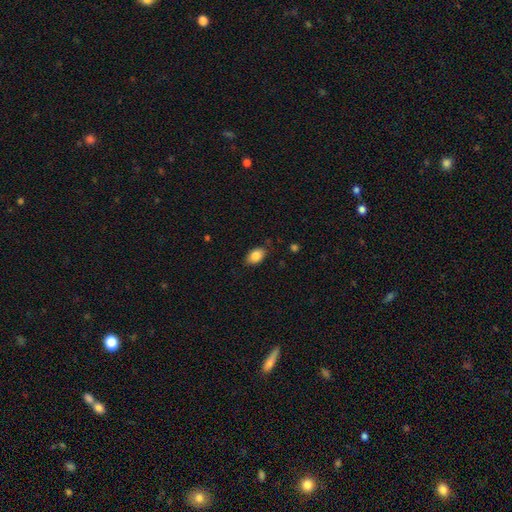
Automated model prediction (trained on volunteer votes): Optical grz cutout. It shows a smooth galaxy with no disk features (85%) that is in between round and cigar-shaped (88%). Merging: none (83%).